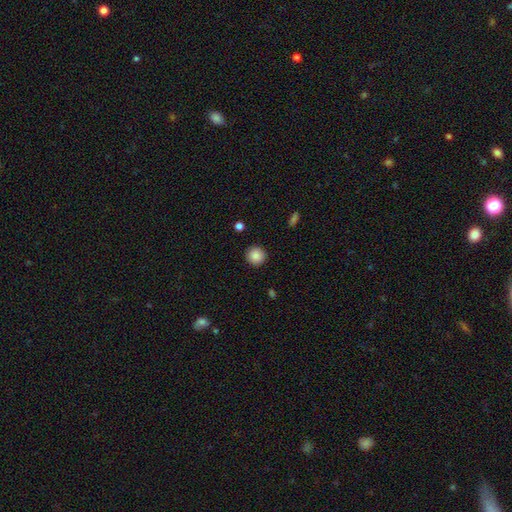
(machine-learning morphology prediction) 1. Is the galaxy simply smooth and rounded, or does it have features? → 88% smooth, 9% star or artifact, 3% featured or disk.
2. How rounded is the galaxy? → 94% round, 5% in between, 1% cigar-shaped.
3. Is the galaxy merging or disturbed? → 92% none, 5% minor disturbance, 2% major disturbance, 1% merger.